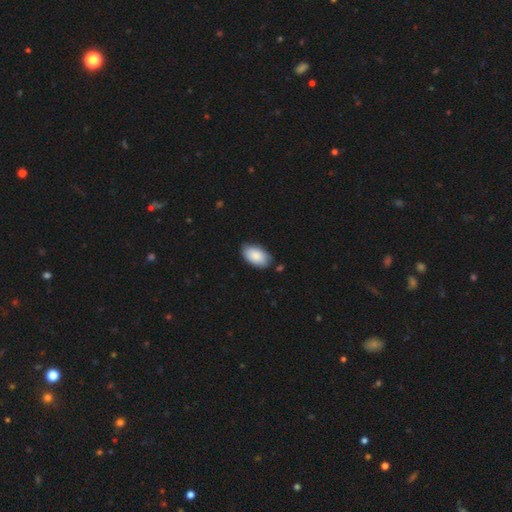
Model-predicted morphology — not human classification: A smooth galaxy with no disk features (88%) that is in between round and cigar-shaped (95%).

Vote fractions:
- Smooth or featured? smooth: 88% / featured or disk: 7% / star or artifact: 6%
- How rounded? in between: 95% / round: 4% / cigar-shaped: 1%
- Merging? none: 75% / minor disturbance: 19% / major disturbance: 3% / merger: 2%